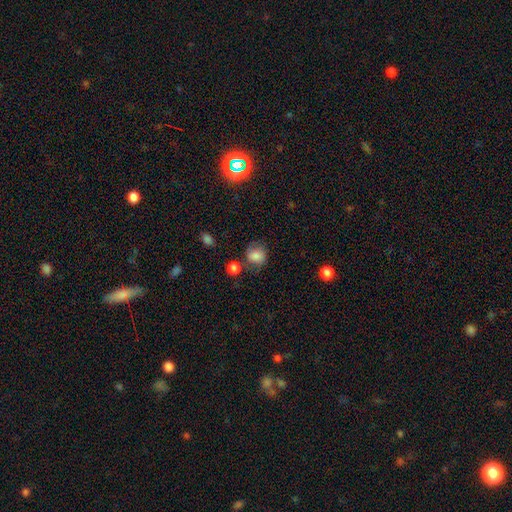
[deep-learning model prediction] Morphology: type=smooth (79%); roundness=round (77%); merging=none (63%).